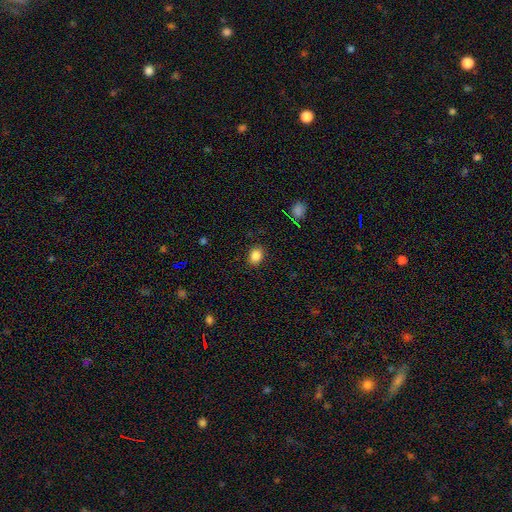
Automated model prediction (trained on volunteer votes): smooth-or-featured: smooth: 85% | star or artifact: 10% | featured or disk: 4%
  how-rounded: in between: 57% | round: 42% | cigar-shaped: 1%
  merging: none: 87% | minor disturbance: 9% | major disturbance: 3% | merger: 1%